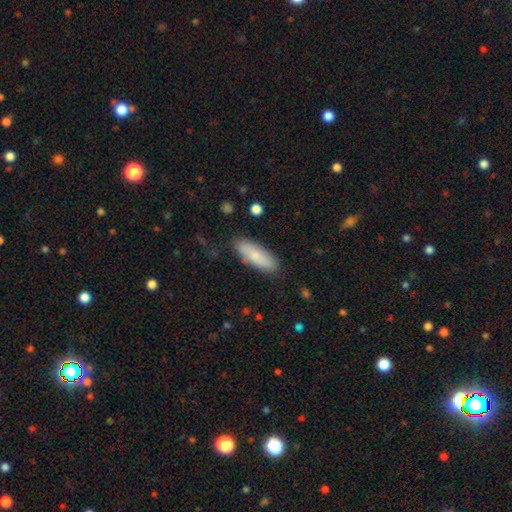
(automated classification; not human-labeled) Smooth or featured? Predicted: smooth (p=0.80). How rounded? Predicted: in between (p=0.63). Merging? Predicted: none (p=0.83).